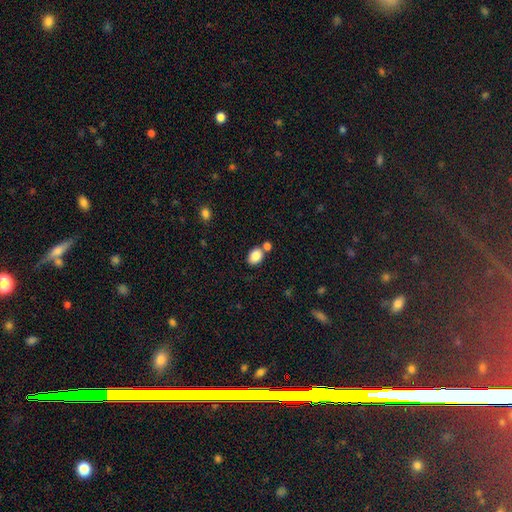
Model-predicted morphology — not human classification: type=smooth (85%); roundness=in between (69%); merging=none (65%).